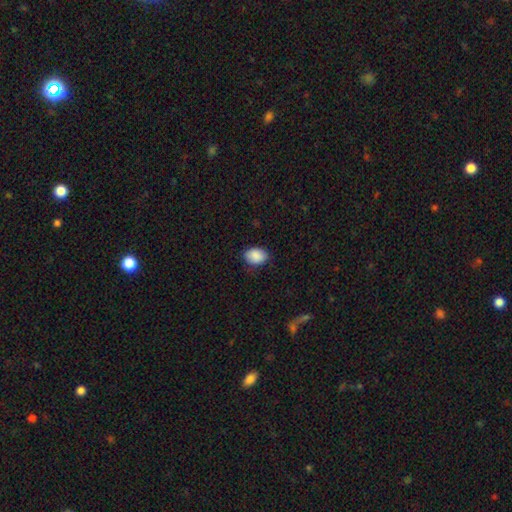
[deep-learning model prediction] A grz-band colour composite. It shows a smooth galaxy with no disk features (89%) that is in between round and cigar-shaped (77%). Merging: none (82%).